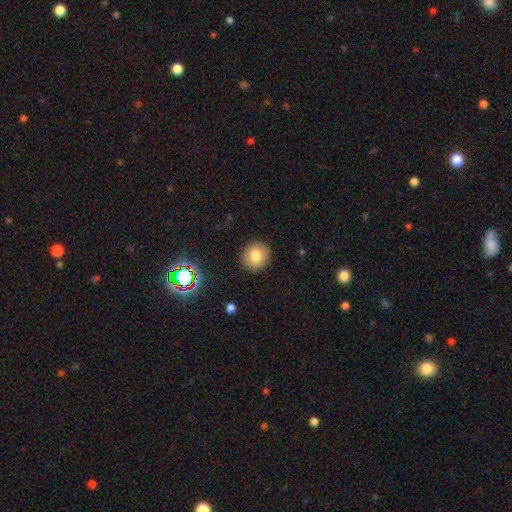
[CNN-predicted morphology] The model was most divided on "smooth or featured": smooth: 79%, star or artifact: 12%, featured or disk: 9%. More confident: merging — none (90%); how rounded — round (87%).